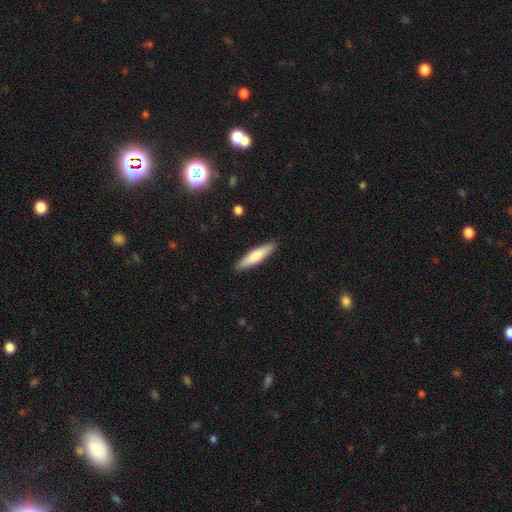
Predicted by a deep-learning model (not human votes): smooth 73%, featured or disk 22%, star or artifact 5%. Down the decision tree: how rounded — cigar-shaped (79%); merging — none (90%).